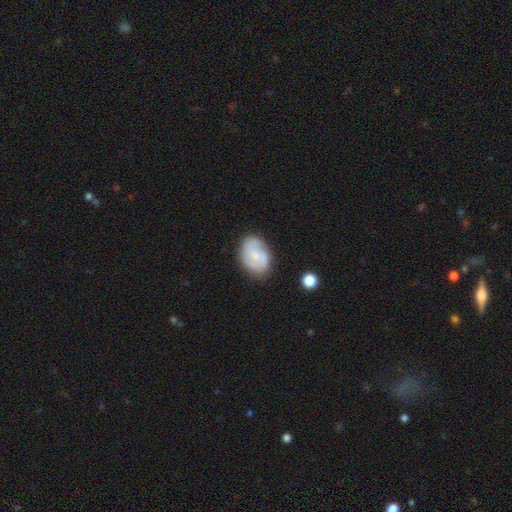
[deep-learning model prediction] A featured or disk galaxy (64%) with no bar (59%), 2 (56%) medium (47%) spiral arms (91%) and a small central bulge (60%).

Vote fractions:
- Smooth or featured? featured or disk: 64% / smooth: 30% / star or artifact: 7%
- Edge-on disk? no: 98% / yes: 2%
- Bar? no: 59% / weak: 36% / strong: 5%
- Spiral arms? yes: 91% / no: 9%
- Spiral winding? medium: 47% / tight: 27% / loose: 26%
- Spiral arm count? 2: 56% / 3: 19% / can't tell: 16% / 1: 4% / 4: 3% / more than 4: 2%
- Bulge size? small: 60% / moderate: 21% / none: 16% / large: 2% / dominant: 1%
- Merging? none: 69% / minor disturbance: 21% / major disturbance: 7% / merger: 3%